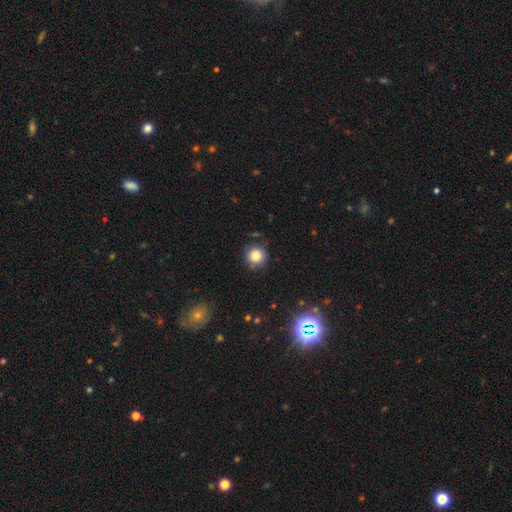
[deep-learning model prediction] Morphology: type=smooth (82%); roundness=round (93%); merging=none (81%).